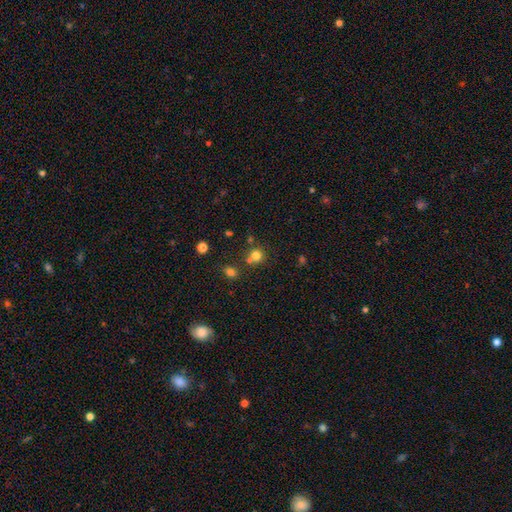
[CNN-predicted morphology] A smooth galaxy with no disk features (76%) that is round (89%).

Vote fractions:
- Smooth or featured? smooth: 76% / star or artifact: 16% / featured or disk: 8%
- How rounded? round: 89% / in between: 10% / cigar-shaped: 1%
- Merging? none: 63% / merger: 25% / minor disturbance: 8% / major disturbance: 3%